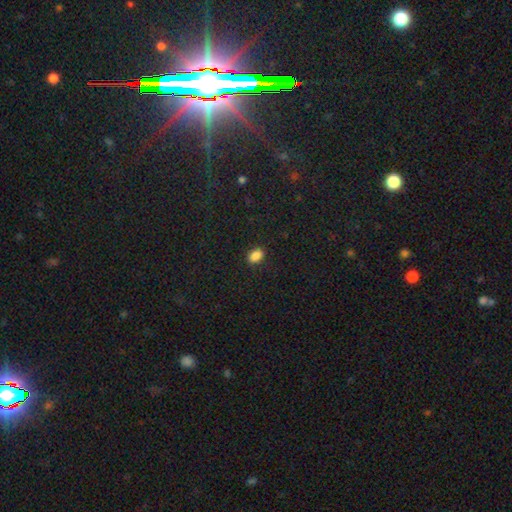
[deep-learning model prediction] Q: Smooth or featured?
A: smooth (87%); runner-up: star or artifact (10%)
Q: How rounded?
A: in between (87%); runner-up: round (11%)
Q: Merging?
A: none (88%); runner-up: minor disturbance (9%)